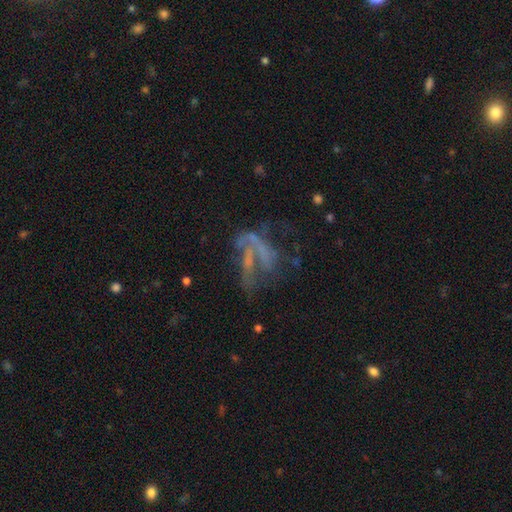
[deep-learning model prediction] A featured or disk galaxy (60%) with no bar (70%), no spiral arms (65%) and no central bulge (79%).

Vote fractions:
- Smooth or featured? featured or disk: 60% / star or artifact: 22% / smooth: 17%
- Edge-on disk? no: 95% / yes: 5%
- Bar? no: 70% / weak: 17% / strong: 13%
- Spiral arms? no: 65% / yes: 35%
- Bulge size? none: 79% / small: 12% / moderate: 5% / large: 2% / dominant: 1%
- Merging? major disturbance: 44% / none: 32% / minor disturbance: 14% / merger: 10%